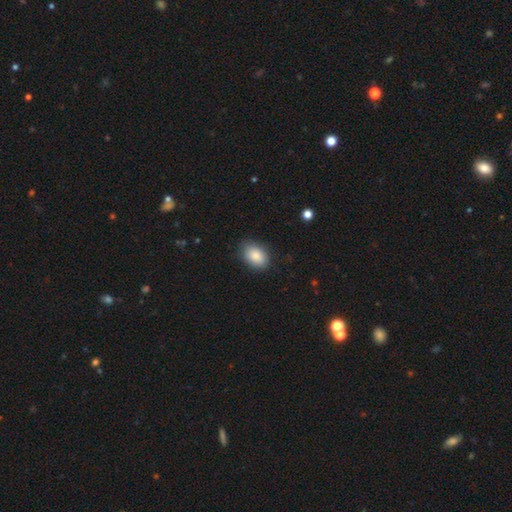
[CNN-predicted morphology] Q: Smooth or featured?
A: smooth (86%); runner-up: star or artifact (7%)
Q: How rounded?
A: in between (83%); runner-up: round (16%)
Q: Merging?
A: none (83%); runner-up: minor disturbance (13%)